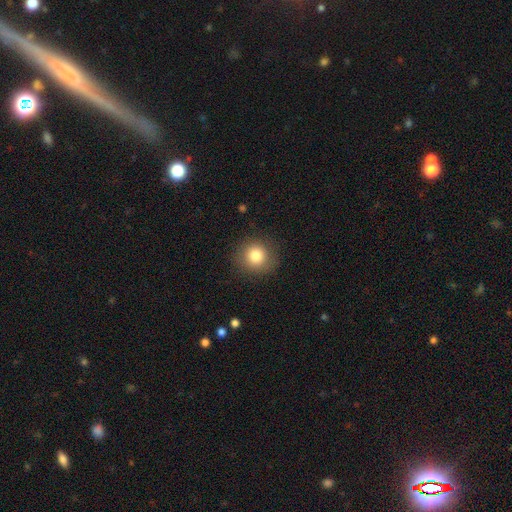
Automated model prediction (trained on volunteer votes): The model was most divided on "smooth or featured": smooth: 81%, star or artifact: 11%, featured or disk: 8%. More confident: how rounded — round (89%); merging — none (87%).